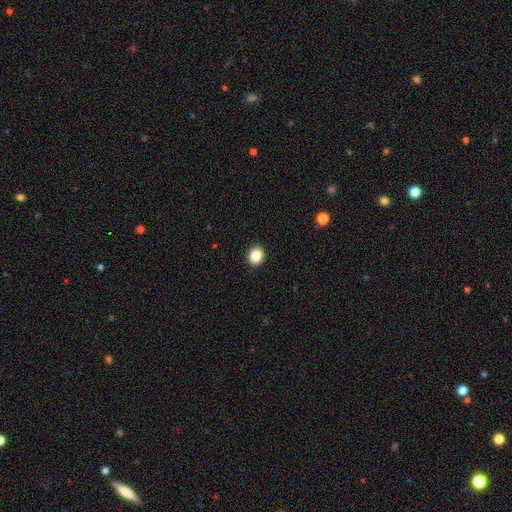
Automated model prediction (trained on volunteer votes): smooth_or_featured: smooth (p=0.86) [alt: star or artifact p=0.10]
how_rounded: round (p=0.73) [alt: in between p=0.27]
merging: none (p=0.93) [alt: minor disturbance p=0.05]